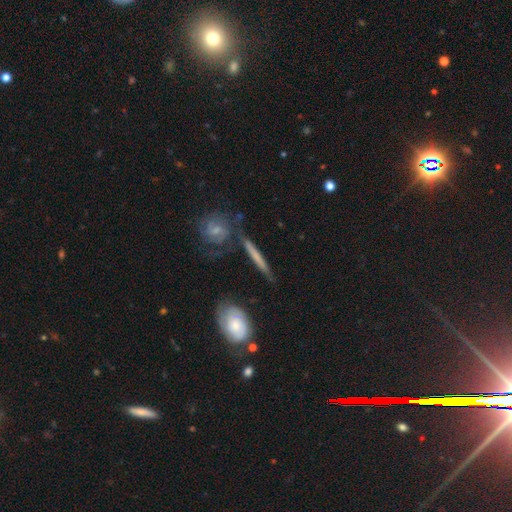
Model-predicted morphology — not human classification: Smooth or featured? featured or disk (49%)
Merging? none (72%)